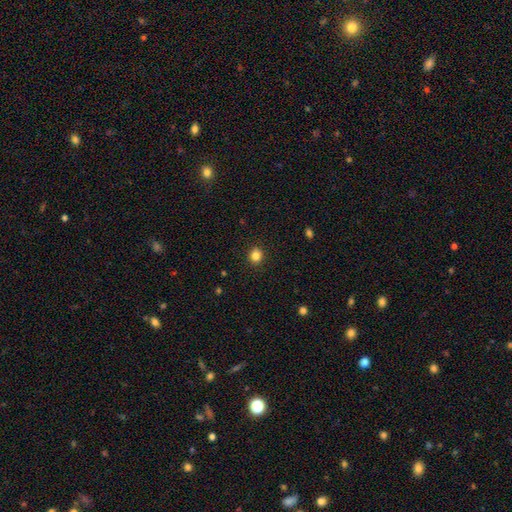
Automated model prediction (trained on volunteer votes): This is clearly a smooth galaxy (84%). How rounded: clearly round (83%). Merging: clearly none (91%).